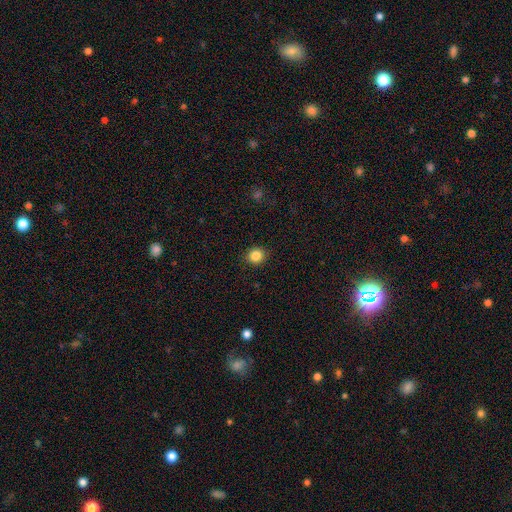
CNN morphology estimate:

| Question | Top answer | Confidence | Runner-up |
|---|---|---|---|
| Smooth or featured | smooth | 86% | star or artifact (10%) |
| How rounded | round | 85% | in between (15%) |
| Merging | none | 90% | minor disturbance (7%) |